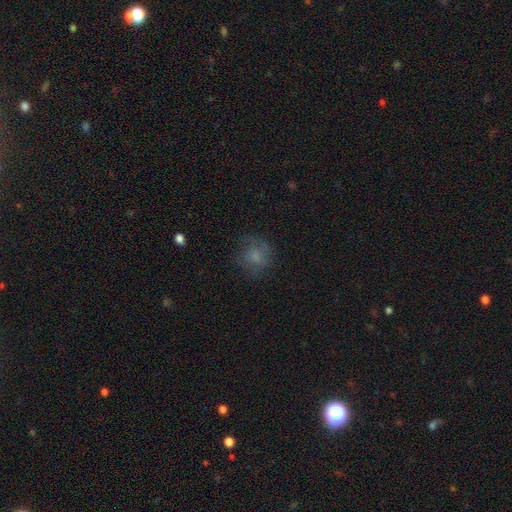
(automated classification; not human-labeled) Smooth or featured: smooth — 70% (featured or disk — 18%)
How rounded: round — 81% (in between — 18%)
Merging: none — 66% (minor disturbance — 20%)